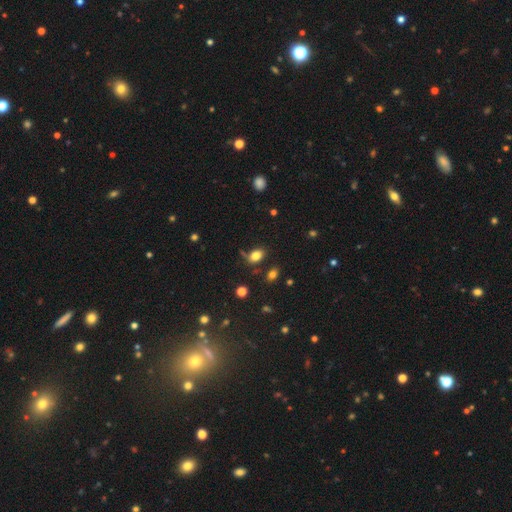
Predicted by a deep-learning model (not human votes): A smooth galaxy with no disk features (80%) that is in between round and cigar-shaped (81%). Merging: none (68%).